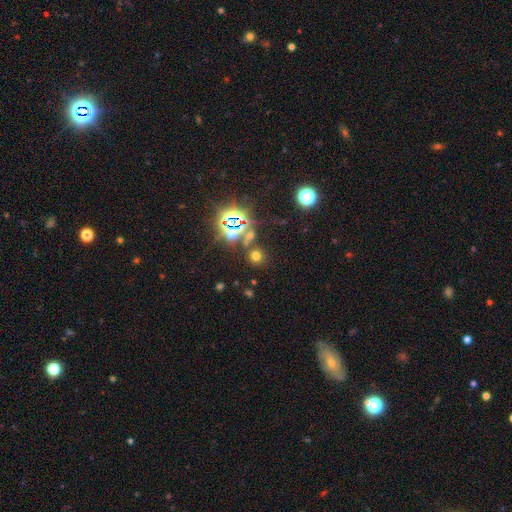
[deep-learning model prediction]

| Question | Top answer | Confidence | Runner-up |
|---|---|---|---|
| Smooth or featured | smooth | 52% | star or artifact (40%) |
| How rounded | round | 87% | in between (12%) |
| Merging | none | 79% | merger (8%) |